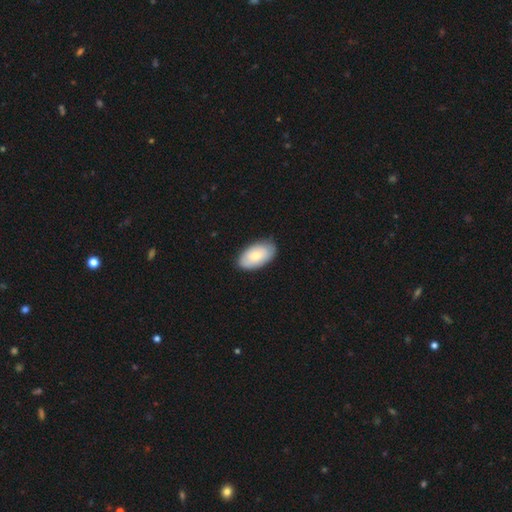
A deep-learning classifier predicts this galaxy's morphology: type=smooth (73%); roundness=in between (95%); merging=none (82%).